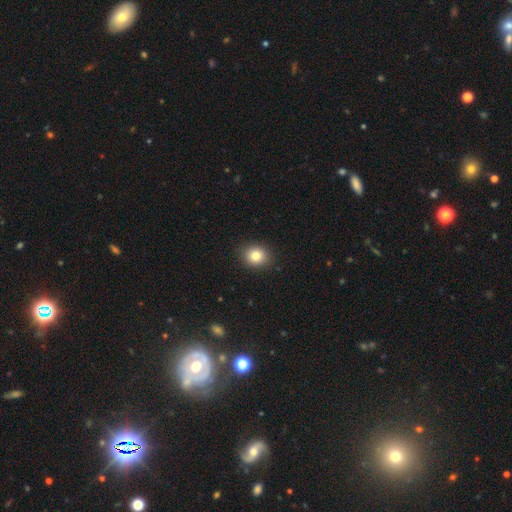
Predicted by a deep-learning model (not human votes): Overall: smooth (83%). How rounded: round (63%; in between 36%). Merging: none (89%).